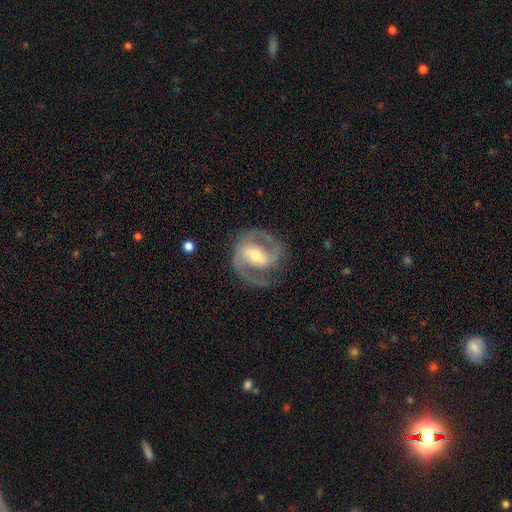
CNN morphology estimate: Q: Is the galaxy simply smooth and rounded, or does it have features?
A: featured or disk — 89%.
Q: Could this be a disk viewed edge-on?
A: no — 97%.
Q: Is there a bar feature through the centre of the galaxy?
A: strong — 46%.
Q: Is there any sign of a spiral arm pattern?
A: yes — 96%.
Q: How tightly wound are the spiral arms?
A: medium — 54%.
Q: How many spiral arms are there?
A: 2 — 90%.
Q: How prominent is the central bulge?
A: moderate — 60%.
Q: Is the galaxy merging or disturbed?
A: none — 80%.